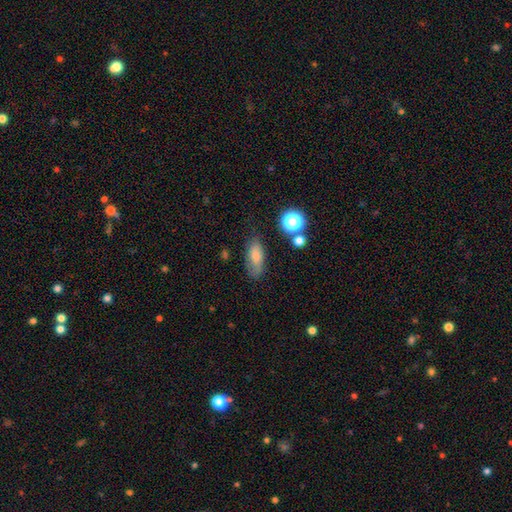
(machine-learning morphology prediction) Smooth or featured? smooth (73%)
How rounded? in between (78%)
Merging? none (67%)